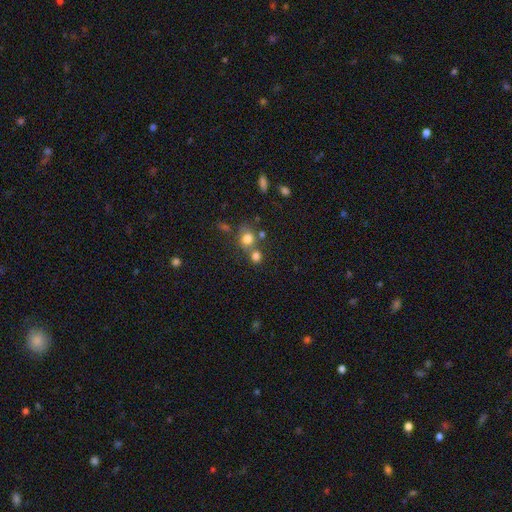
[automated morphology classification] This appears to be a smooth galaxy with no disk features (76%) that is round (76%). Merging: none (51%).